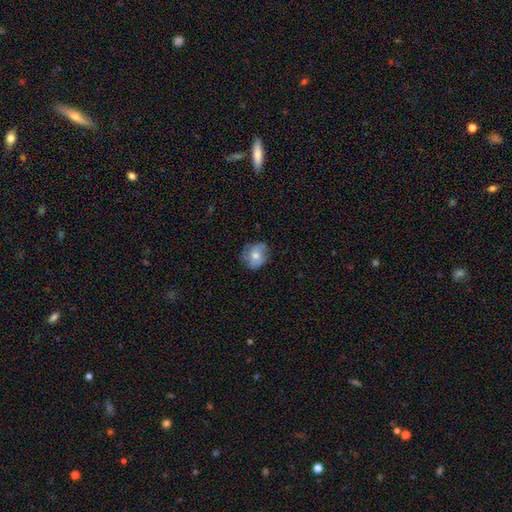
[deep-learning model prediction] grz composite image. It shows a smooth galaxy with no disk features (60%) that is round (65%). Merging: none (70%).